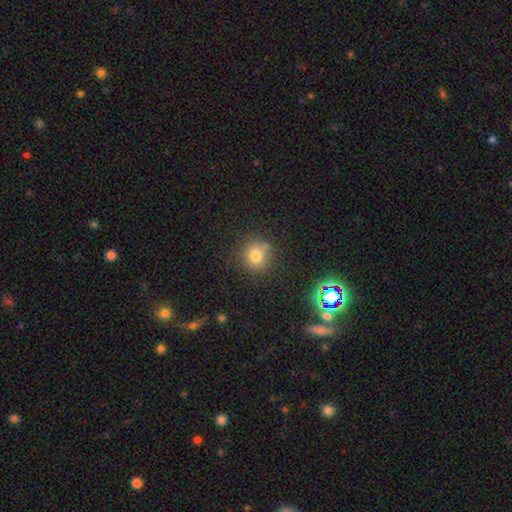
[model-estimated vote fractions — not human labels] This appears to be a smooth galaxy with no disk features (76%) that is round (89%). Merging: none (77%).